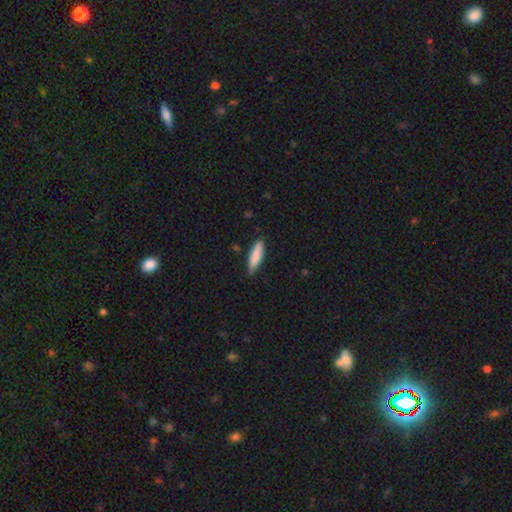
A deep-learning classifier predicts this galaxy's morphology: smooth-or-featured: smooth: 84% | featured or disk: 11% | star or artifact: 6%
  how-rounded: cigar-shaped: 65% | in between: 33% | round: 1%
  merging: none: 79% | minor disturbance: 17% | major disturbance: 2% | merger: 1%